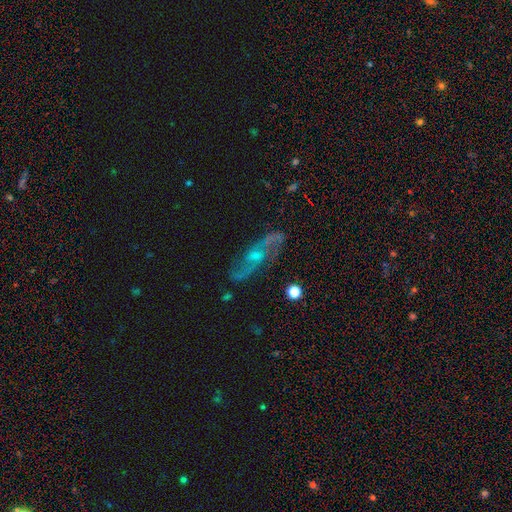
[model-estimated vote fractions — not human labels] A featured or disk galaxy (76%) with no bar (52%), 2 (78%) medium (43%) spiral arms (89%) and a small central bulge (55%). Merging: none (74%).